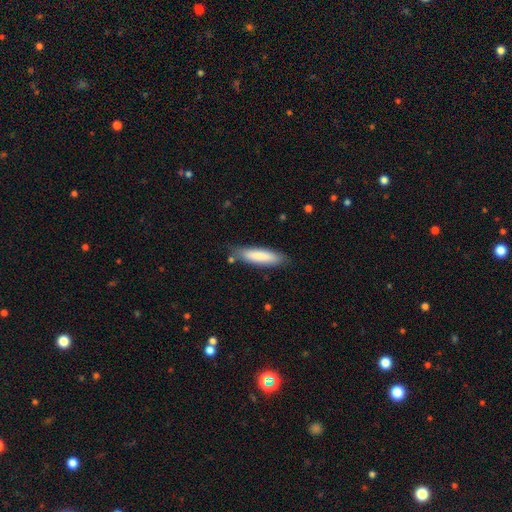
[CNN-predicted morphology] This appears to be a smooth galaxy with no disk features (69%) that is cigar-shaped (77%). Merging: none (83%).